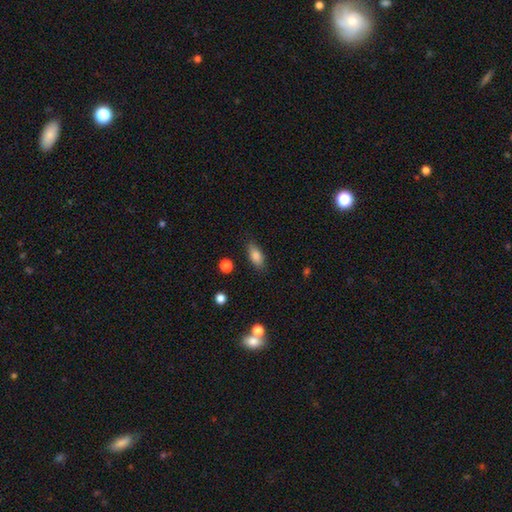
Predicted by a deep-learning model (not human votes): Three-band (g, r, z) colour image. It shows a smooth galaxy with no disk features (83%) that is in between round and cigar-shaped (82%). Merging: none (83%).